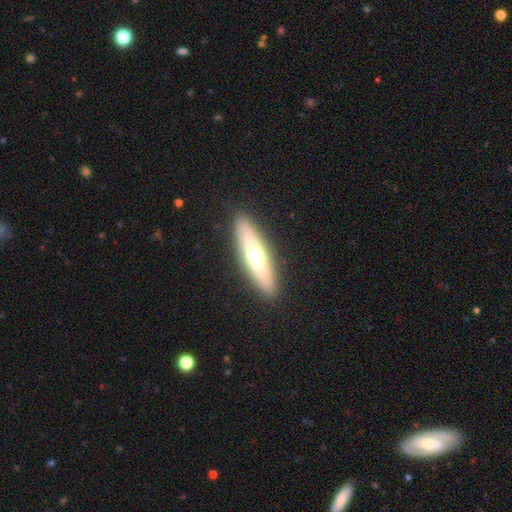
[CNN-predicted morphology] smooth 53%, featured or disk 40%, star or artifact 6%. Down the decision tree: how rounded — cigar-shaped (72%); merging — none (90%).